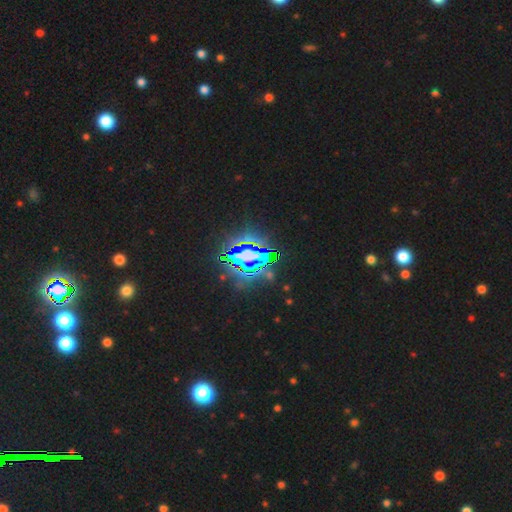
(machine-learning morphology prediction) type=star or artifact (83%).